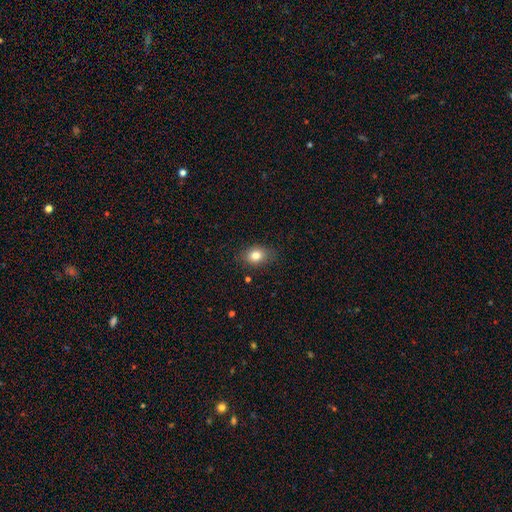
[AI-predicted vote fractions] Smooth or featured? Predicted: smooth (p=0.81). How rounded? Predicted: in between (p=0.65). Merging? Predicted: none (p=0.84).